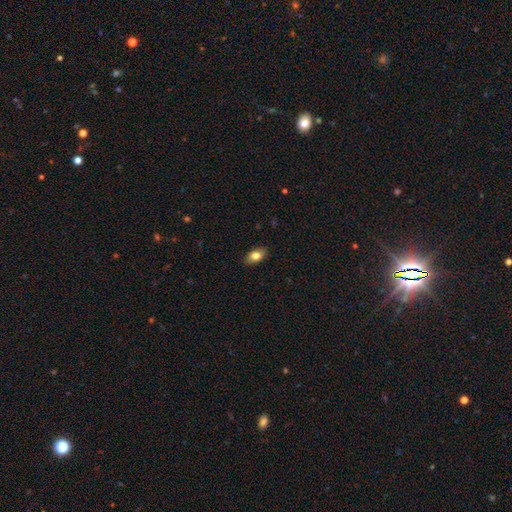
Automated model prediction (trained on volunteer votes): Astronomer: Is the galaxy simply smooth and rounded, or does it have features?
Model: smooth — 81%.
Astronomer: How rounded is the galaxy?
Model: in between — 88%.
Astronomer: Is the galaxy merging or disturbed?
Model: none — 88%.